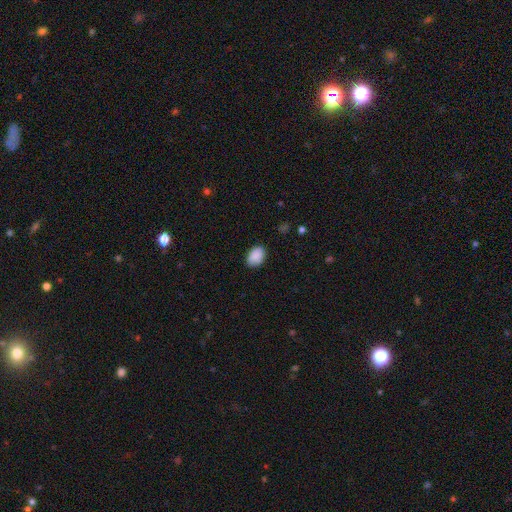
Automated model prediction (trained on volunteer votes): Smooth or featured: smooth — 90% (star or artifact — 7%)
How rounded: in between — 84% (round — 15%)
Merging: none — 85% (minor disturbance — 12%)